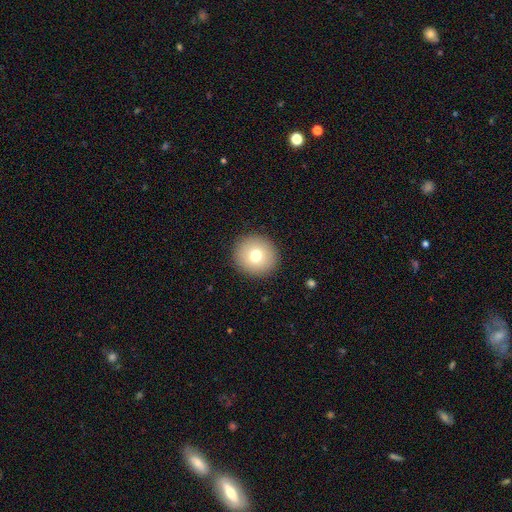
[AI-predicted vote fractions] smooth 74%, featured or disk 15%, star or artifact 11%. Down the decision tree: how rounded — round (93%); merging — none (92%).